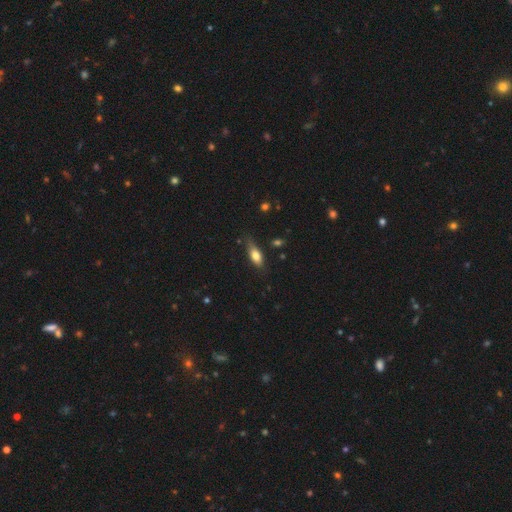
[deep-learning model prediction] Smooth or featured? smooth (71%)
How rounded? in between (71%)
Merging? none (71%)